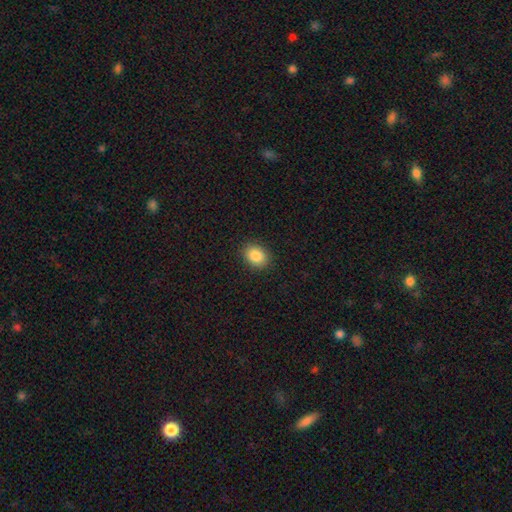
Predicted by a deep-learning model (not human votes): Smooth or featured? Predicted: smooth (p=0.85). How rounded? Predicted: in between (p=0.56). Merging? Predicted: none (p=0.90).